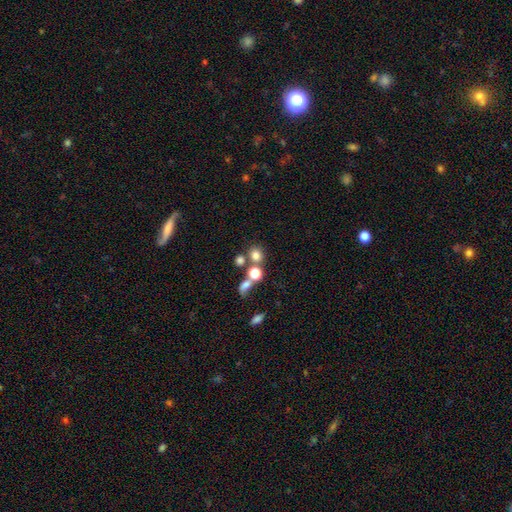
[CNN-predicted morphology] smooth-or-featured: smooth: 74% | star or artifact: 16% | featured or disk: 10%
  how-rounded: round: 81% | in between: 18% | cigar-shaped: 1%
  merging: none: 58% | merger: 28% | minor disturbance: 9% | major disturbance: 6%